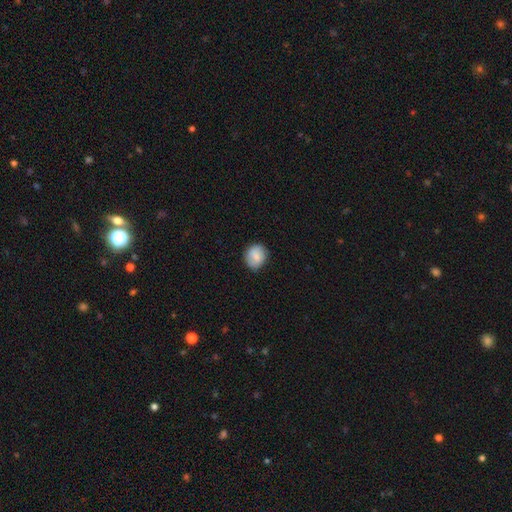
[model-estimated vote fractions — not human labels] This is likely a smooth galaxy (77%). How rounded: likely round (78%). Merging: clearly none (82%).